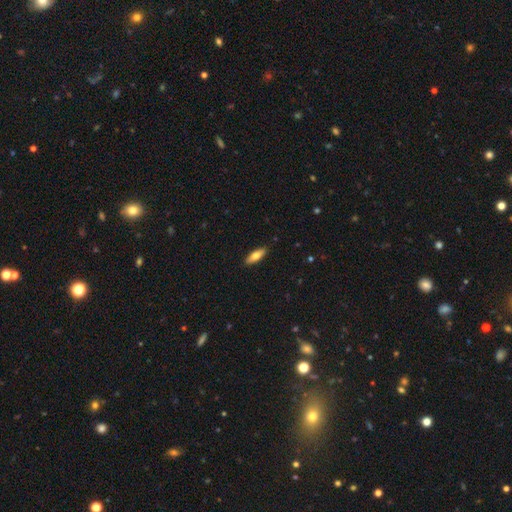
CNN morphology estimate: A smooth galaxy with no disk features (71%) that is in between round and cigar-shaped (60%).

Vote fractions:
- Smooth or featured? smooth: 71% / featured or disk: 23% / star or artifact: 6%
- How rounded? in between: 60% / cigar-shaped: 38% / round: 2%
- Merging? none: 90% / minor disturbance: 8% / major disturbance: 2% / merger: 1%